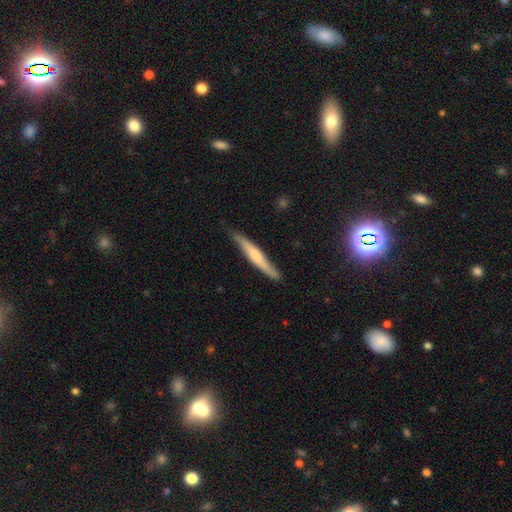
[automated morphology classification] smooth_or_featured: smooth (p=0.48) [alt: featured or disk p=0.47]
merging: none (p=0.82) [alt: minor disturbance p=0.14]